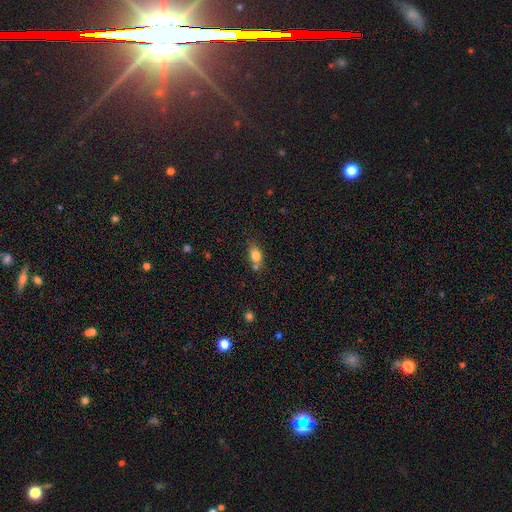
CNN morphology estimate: A smooth galaxy with no disk features (80%) that is in between round and cigar-shaped (74%).

Vote fractions:
- Smooth or featured? smooth: 80% / featured or disk: 10% / star or artifact: 10%
- How rounded? in between: 74% / round: 21% / cigar-shaped: 5%
- Merging? none: 54% / merger: 24% / minor disturbance: 17% / major disturbance: 5%